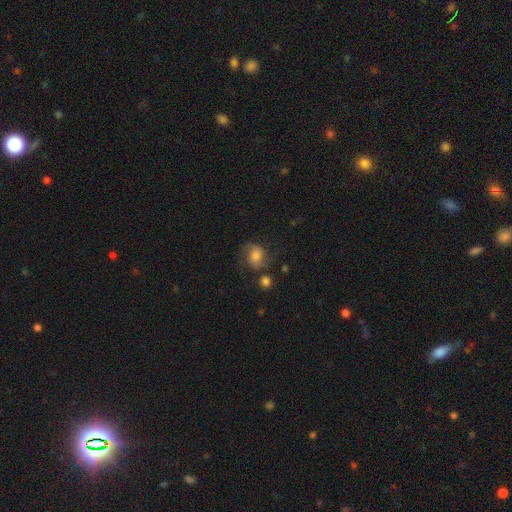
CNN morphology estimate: A featured or disk galaxy (49%). Merging: none (64%).